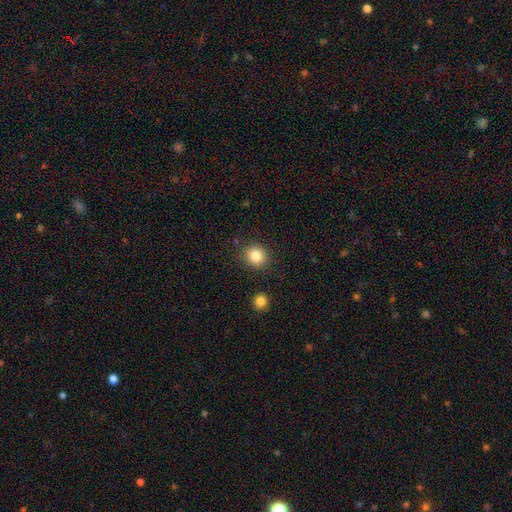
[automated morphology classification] This appears to be a smooth galaxy with no disk features (83%) that is round (84%). Merging: none (85%).